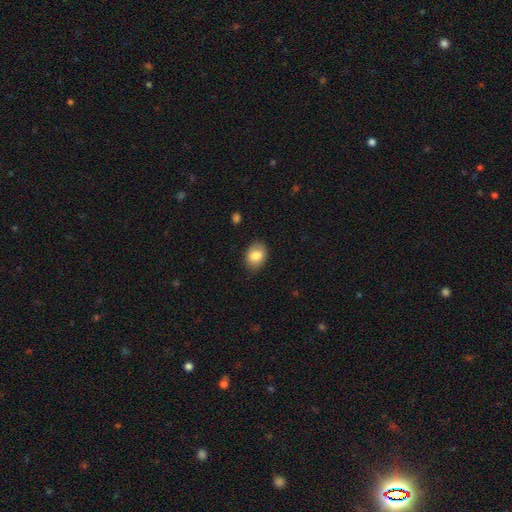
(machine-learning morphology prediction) The model was most divided on "how rounded": in between: 71%, round: 28%, cigar-shaped: 1%. More confident: smooth or featured — smooth (83%); merging — none (77%).